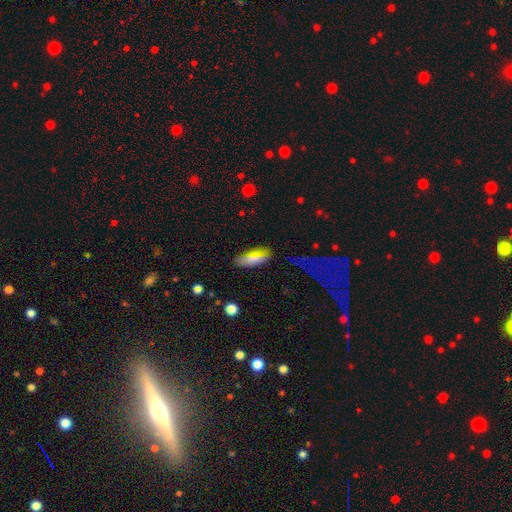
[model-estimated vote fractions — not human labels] Smooth or featured? Predicted: smooth (p=0.66). How rounded? Predicted: in between (p=0.67). Merging? Predicted: none (p=0.78).